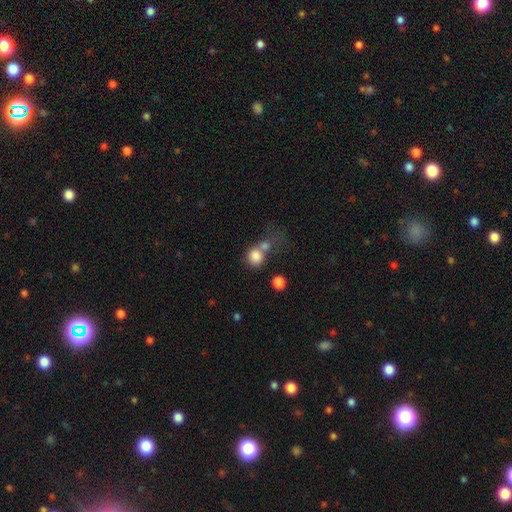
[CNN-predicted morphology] Overall: smooth (80%). How rounded: round (81%). Merging: merger (42%; none 39%).